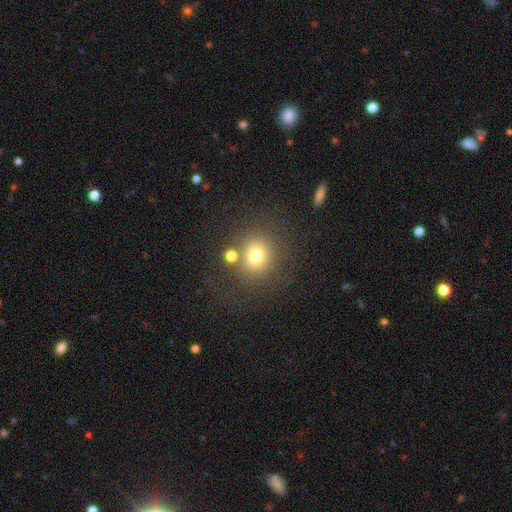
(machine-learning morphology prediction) smooth 72%, star or artifact 17%, featured or disk 11%. Down the decision tree: how rounded — round (88%); merging — none (72%).